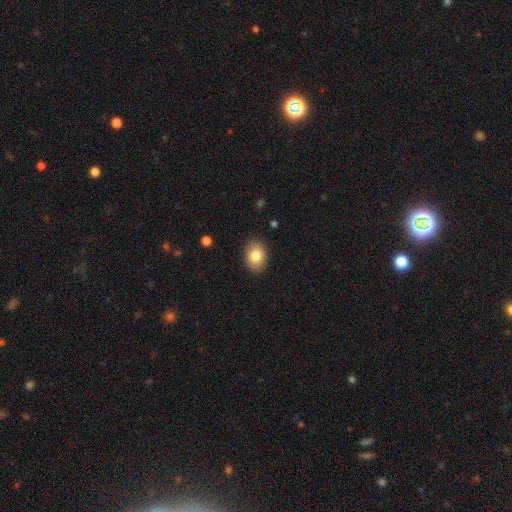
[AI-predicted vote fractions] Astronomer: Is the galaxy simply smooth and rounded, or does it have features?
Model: smooth — 83%.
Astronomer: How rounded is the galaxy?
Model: in between — 74%.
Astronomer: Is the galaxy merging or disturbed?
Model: none — 88%.